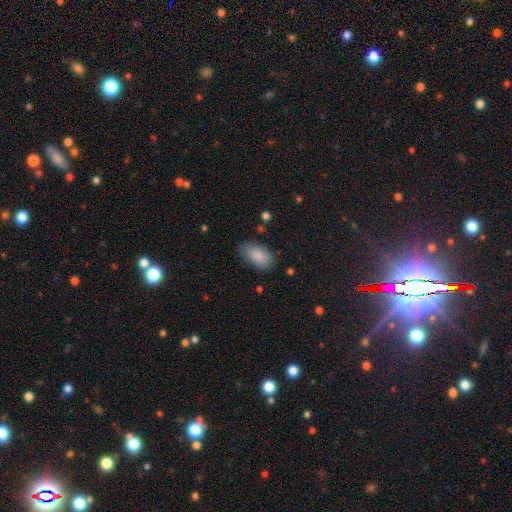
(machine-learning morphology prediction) smooth 85%, star or artifact 8%, featured or disk 7%. Down the decision tree: how rounded — in between (93%); merging — none (79%).